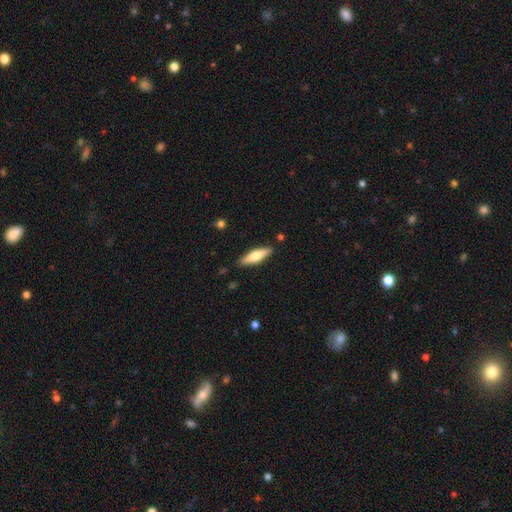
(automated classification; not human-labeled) Smooth or featured? smooth (57%)
How rounded? cigar-shaped (65%)
Merging? none (88%)